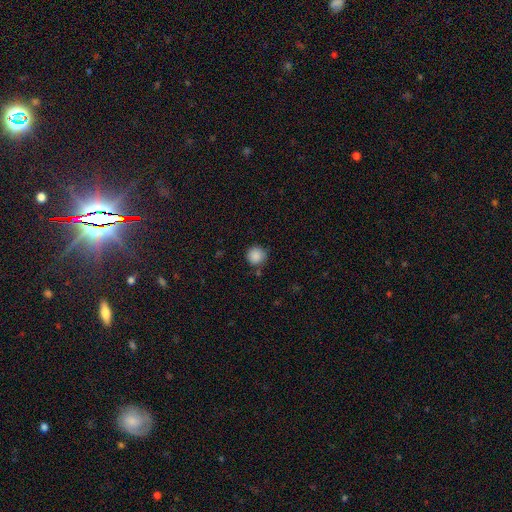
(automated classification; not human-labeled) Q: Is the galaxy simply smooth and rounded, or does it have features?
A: smooth — 87%.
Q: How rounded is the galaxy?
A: round — 95%.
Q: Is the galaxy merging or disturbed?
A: none — 83%.